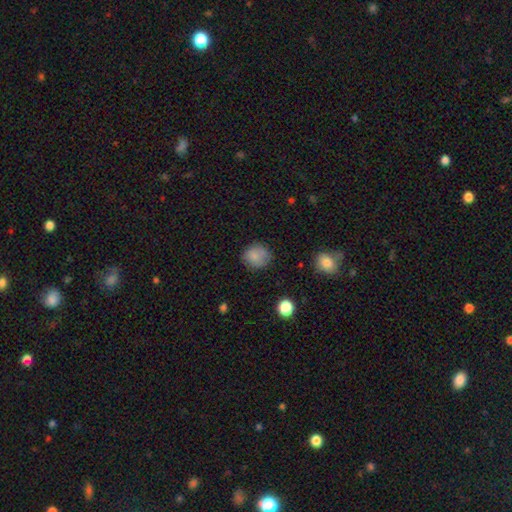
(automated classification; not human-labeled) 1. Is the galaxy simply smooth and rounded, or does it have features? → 83% smooth, 10% star or artifact, 7% featured or disk.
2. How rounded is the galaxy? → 79% round, 20% in between, 1% cigar-shaped.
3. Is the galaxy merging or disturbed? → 73% none, 19% minor disturbance, 6% major disturbance, 2% merger.